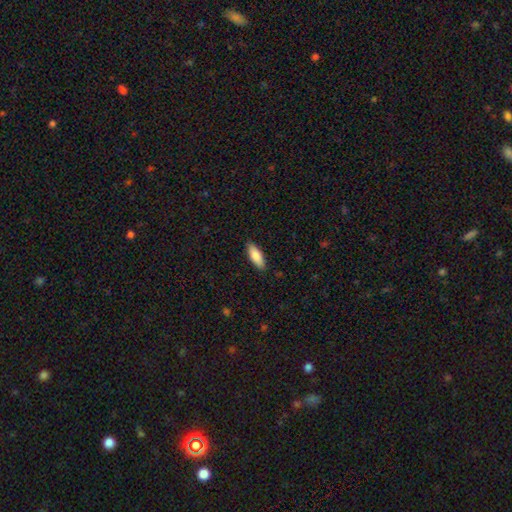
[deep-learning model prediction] smooth_or_featured: smooth (p=0.84) [alt: featured or disk p=0.10]
how_rounded: in between (p=0.70) [alt: cigar-shaped p=0.28]
merging: none (p=0.87) [alt: minor disturbance p=0.10]